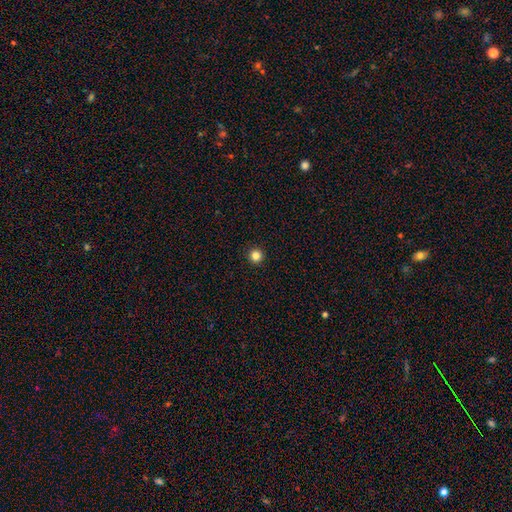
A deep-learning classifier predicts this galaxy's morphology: smooth_or_featured: smooth (p=0.83) [alt: star or artifact p=0.12]
how_rounded: round (p=0.97) [alt: in between p=0.03]
merging: none (p=0.94) [alt: minor disturbance p=0.04]